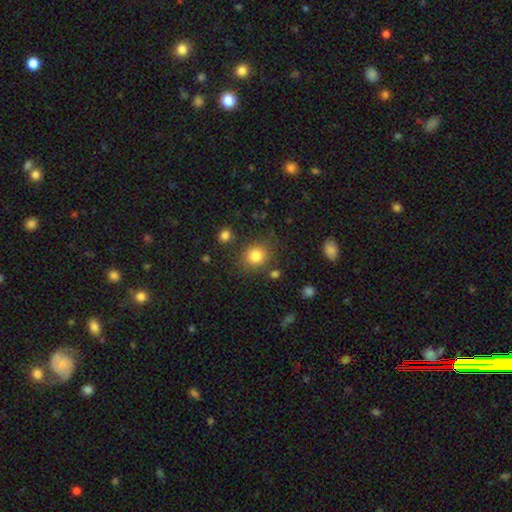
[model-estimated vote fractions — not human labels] Smooth or featured: smooth — 83% (star or artifact — 11%)
How rounded: round — 81% (in between — 18%)
Merging: none — 81% (minor disturbance — 10%)